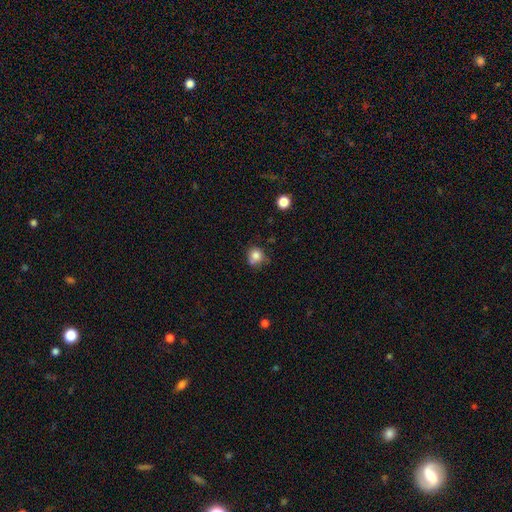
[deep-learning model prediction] Smooth or featured? Predicted: smooth (p=0.80). How rounded? Predicted: round (p=0.79). Merging? Predicted: none (p=0.56).